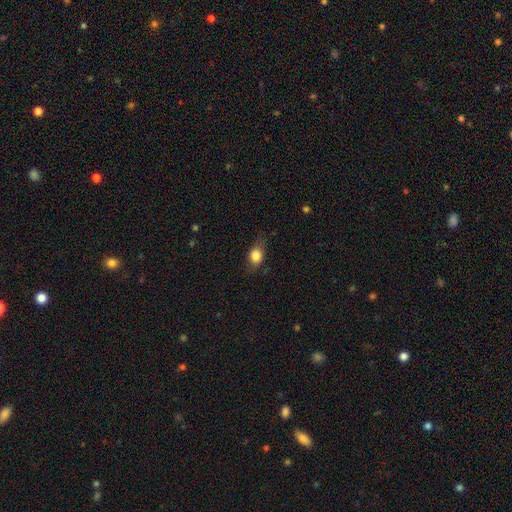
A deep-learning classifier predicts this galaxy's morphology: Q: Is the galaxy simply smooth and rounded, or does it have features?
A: smooth — 79%.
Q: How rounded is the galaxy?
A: in between — 62%.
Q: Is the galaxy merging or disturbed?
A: none — 69%.